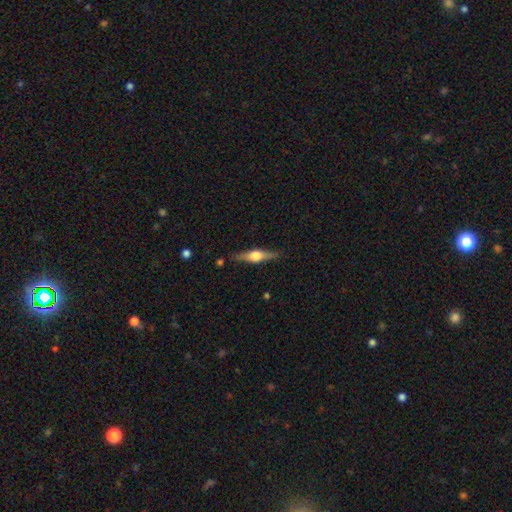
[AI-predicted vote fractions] A featured or disk galaxy (67%) viewed edge-on (96%) with a rounded central bulge (93%). Merging: none (86%).